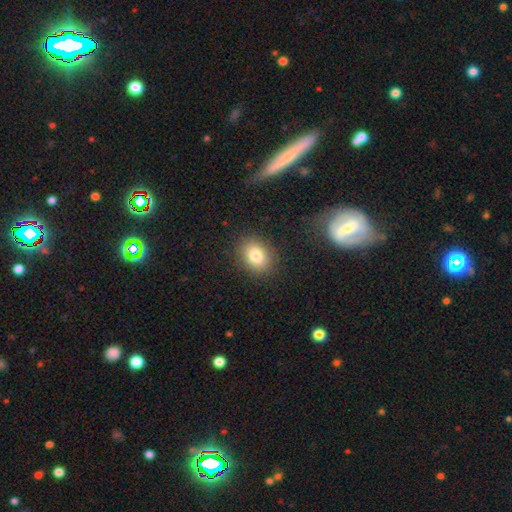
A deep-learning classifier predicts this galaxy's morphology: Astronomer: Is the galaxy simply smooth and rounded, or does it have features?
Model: smooth — 80%.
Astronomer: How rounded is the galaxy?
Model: in between — 52% (runner-up: round, 47%).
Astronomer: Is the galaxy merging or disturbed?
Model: none — 87%.